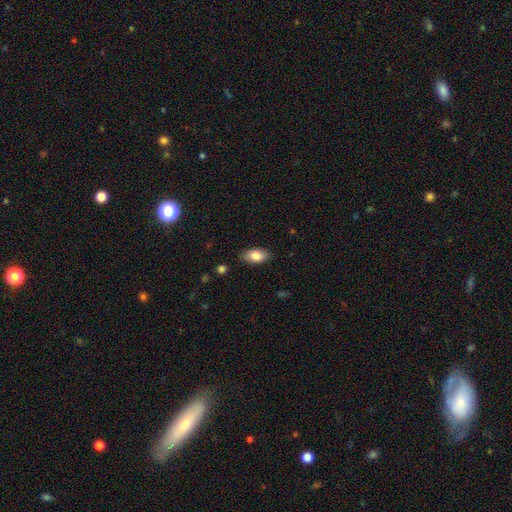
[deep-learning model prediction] Overall: smooth (83%). How rounded: in between (91%). Merging: none (84%).